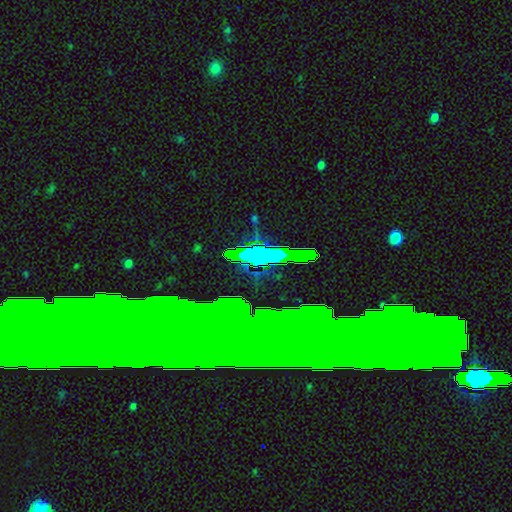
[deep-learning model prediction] Smooth or featured?
  - star or artifact: 70% *
  - featured or disk: 15%
  - smooth: 14%